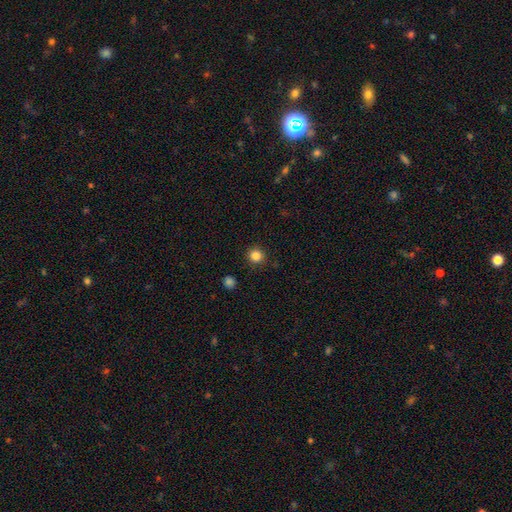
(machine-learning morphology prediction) A smooth galaxy with no disk features (85%) that is round (93%).

Vote fractions:
- Smooth or featured? smooth: 85% / star or artifact: 12% / featured or disk: 4%
- How rounded? round: 93% / in between: 6% / cigar-shaped: 1%
- Merging? none: 91% / minor disturbance: 6% / major disturbance: 2% / merger: 1%